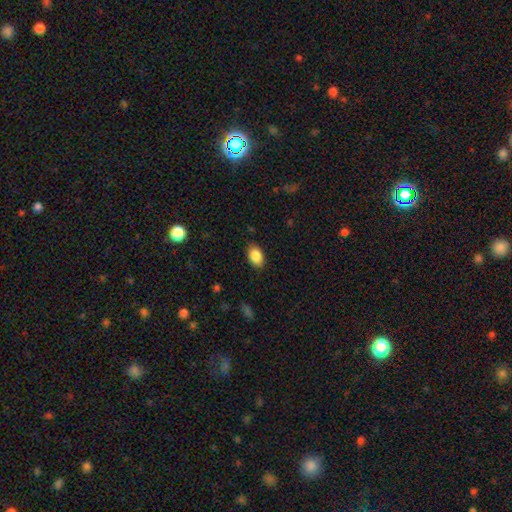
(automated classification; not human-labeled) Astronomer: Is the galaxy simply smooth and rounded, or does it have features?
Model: smooth — 87%.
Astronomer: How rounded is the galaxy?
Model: in between — 89%.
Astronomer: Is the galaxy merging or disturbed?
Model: none — 87%.